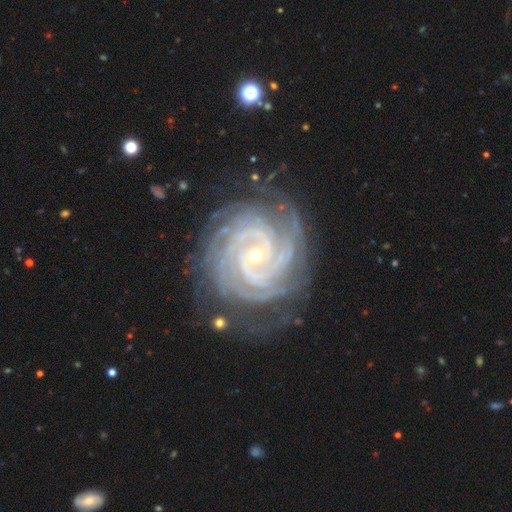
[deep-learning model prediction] The model was most divided on "spiral arm count": 4: 22%, 3: 20%, 2: 20%, can't tell: 16%, more than 4: 14%, 1: 8%. Remaining: spiral arms — yes (99%); edge-on disk — no (98%); smooth or featured — featured or disk (93%); spiral winding — tight (83%); merging — none (77%); bulge size — small (66%); bar — no (48%).